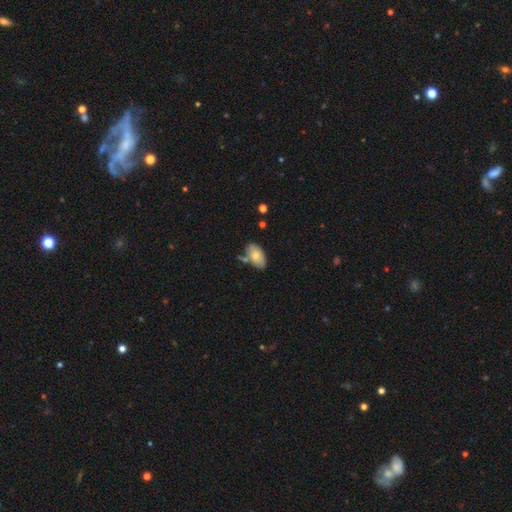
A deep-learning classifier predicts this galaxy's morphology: smooth 72%, featured or disk 21%, star or artifact 7%. Down the decision tree: how rounded — in between (93%); merging — none (66%).